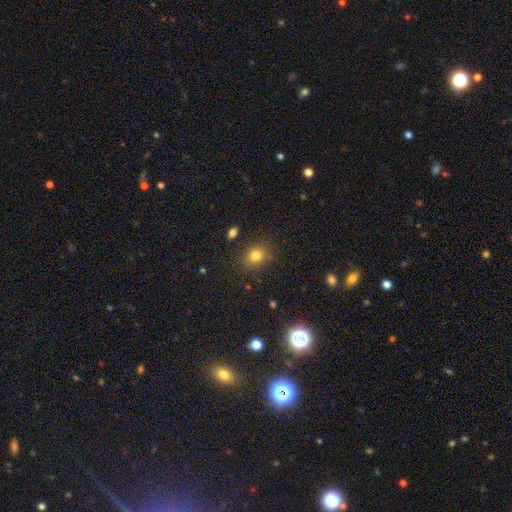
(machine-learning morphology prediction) Smooth or featured? smooth (79%)
How rounded? round (58%)
Merging? none (82%)